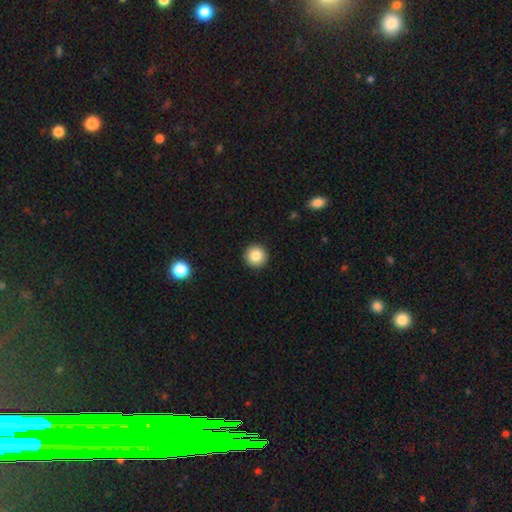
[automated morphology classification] A smooth galaxy with no disk features (85%) that is round (96%).

Vote fractions:
- Smooth or featured? smooth: 85% / star or artifact: 9% / featured or disk: 6%
- How rounded? round: 96% / in between: 3% / cigar-shaped: 1%
- Merging? none: 93% / minor disturbance: 4% / major disturbance: 1% / merger: 1%